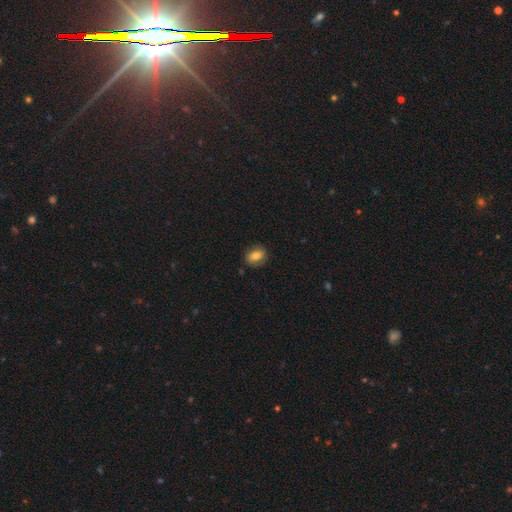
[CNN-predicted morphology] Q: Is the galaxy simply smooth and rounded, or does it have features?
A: smooth — 77%.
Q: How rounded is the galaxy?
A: in between — 63%.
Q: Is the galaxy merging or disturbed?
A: none — 82%.